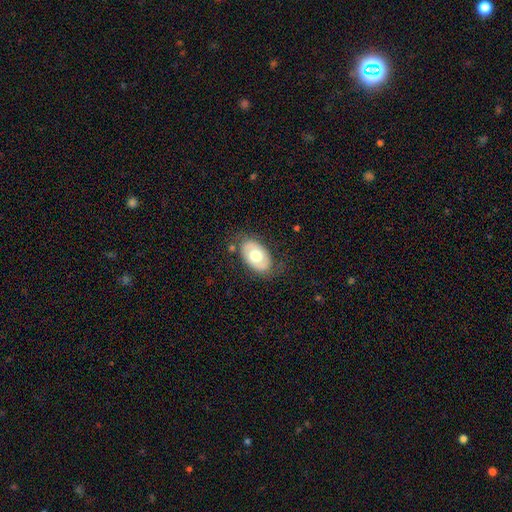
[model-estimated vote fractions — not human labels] Smooth or featured: smooth — 57% (featured or disk — 37%)
How rounded: in between — 90% (round — 9%)
Merging: none — 76% (minor disturbance — 16%)